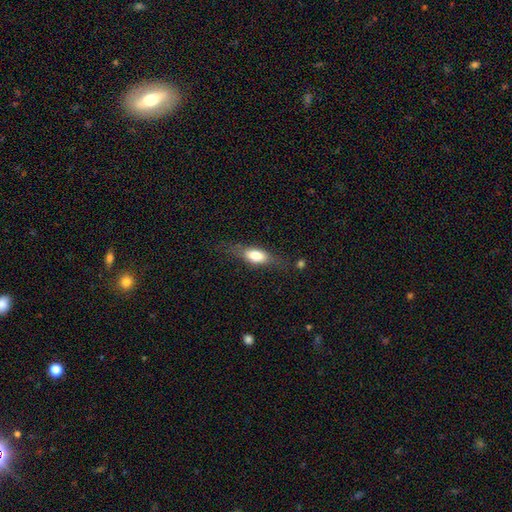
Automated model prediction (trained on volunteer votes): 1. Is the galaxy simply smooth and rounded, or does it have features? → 67% smooth, 26% featured or disk, 7% star or artifact.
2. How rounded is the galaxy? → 69% in between, 26% cigar-shaped, 5% round.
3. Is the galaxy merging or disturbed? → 65% none, 21% minor disturbance, 11% major disturbance, 3% merger.